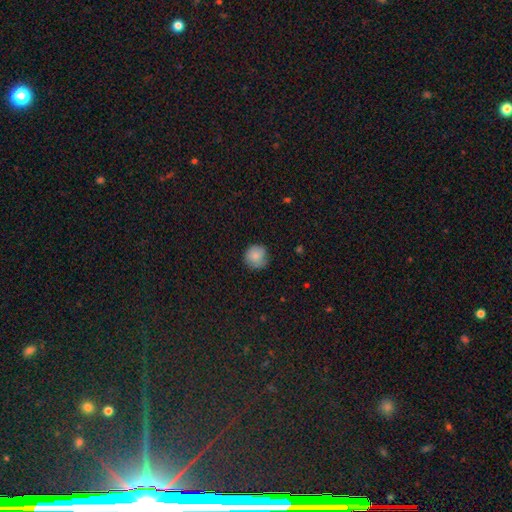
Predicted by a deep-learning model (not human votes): smooth-or-featured: smooth: 81% | featured or disk: 11% | star or artifact: 9%
  how-rounded: round: 90% | in between: 9% | cigar-shaped: 1%
  merging: none: 69% | minor disturbance: 24% | major disturbance: 5% | merger: 1%